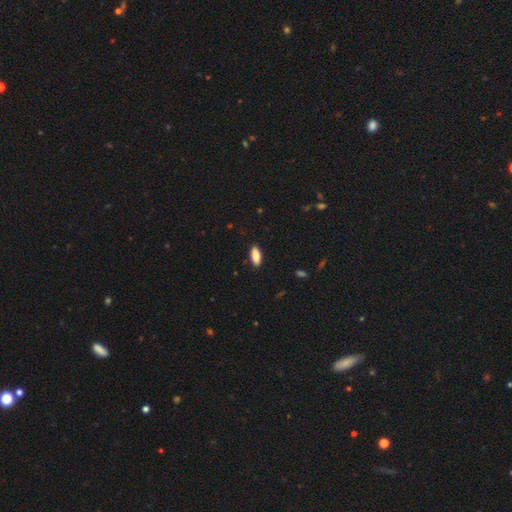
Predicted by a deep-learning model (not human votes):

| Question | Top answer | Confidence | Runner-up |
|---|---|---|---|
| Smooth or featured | smooth | 85% | featured or disk (9%) |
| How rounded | in between | 75% | cigar-shaped (23%) |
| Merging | none | 89% | minor disturbance (9%) |